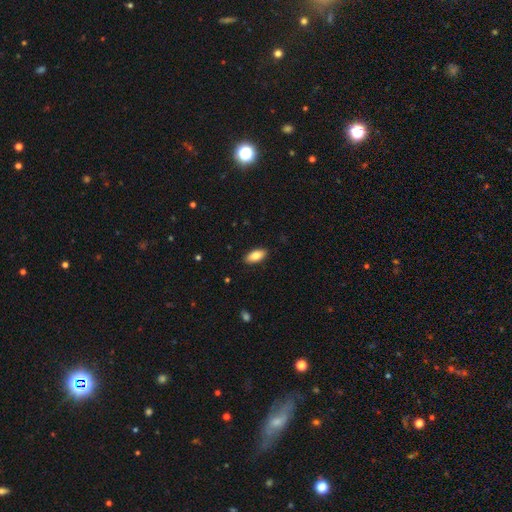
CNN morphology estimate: This appears to be a smooth galaxy with no disk features (83%) that is in between round and cigar-shaped (90%). Merging: none (89%).